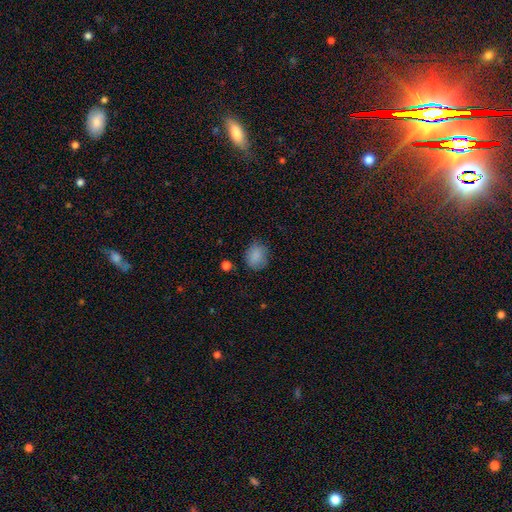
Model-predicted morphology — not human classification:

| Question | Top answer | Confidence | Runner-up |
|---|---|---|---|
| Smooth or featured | smooth | 86% | star or artifact (9%) |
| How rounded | round | 61% | in between (38%) |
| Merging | none | 74% | minor disturbance (19%) |